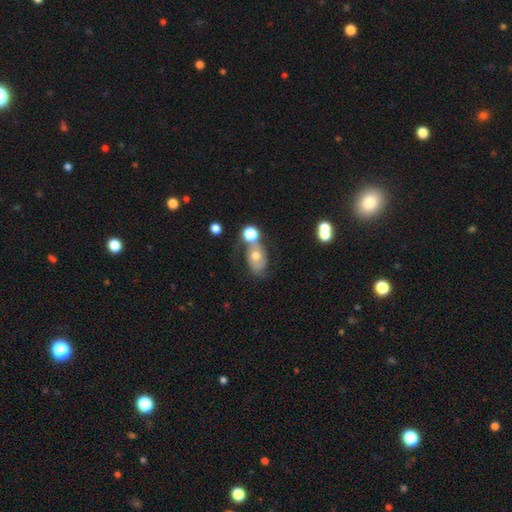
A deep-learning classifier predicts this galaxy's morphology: A smooth galaxy with no disk features (56%) that is in between round and cigar-shaped (71%).

Vote fractions:
- Smooth or featured? smooth: 56% / featured or disk: 33% / star or artifact: 11%
- How rounded? in between: 71% / round: 27% / cigar-shaped: 2%
- Merging? none: 35% / merger: 32% / minor disturbance: 19% / major disturbance: 13%